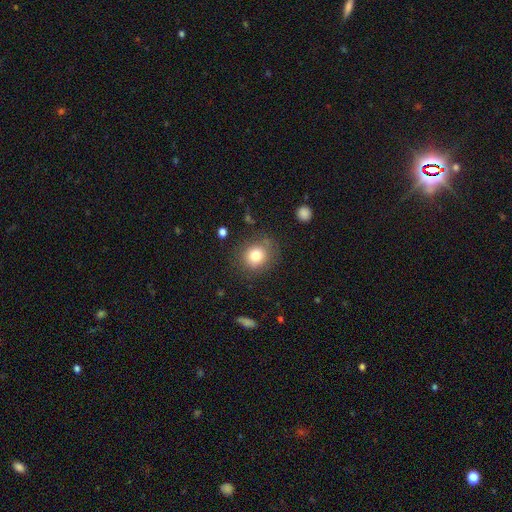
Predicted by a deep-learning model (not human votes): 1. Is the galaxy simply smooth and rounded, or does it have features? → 80% smooth, 11% star or artifact, 10% featured or disk.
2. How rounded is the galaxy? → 82% round, 17% in between, 1% cigar-shaped.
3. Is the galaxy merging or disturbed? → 77% none, 15% minor disturbance, 6% major disturbance, 2% merger.